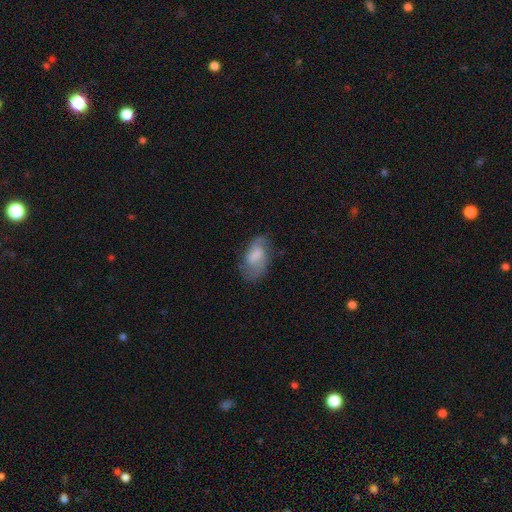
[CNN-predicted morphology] Overall: featured or disk (55%; smooth 38%). Edge-on disk: no (95%). Bar: weak (51%; no 34%). Spiral arms: yes (83%). Bulge size: moderate (30%; none 27%). Merging: none (62%; minor disturbance 24%).